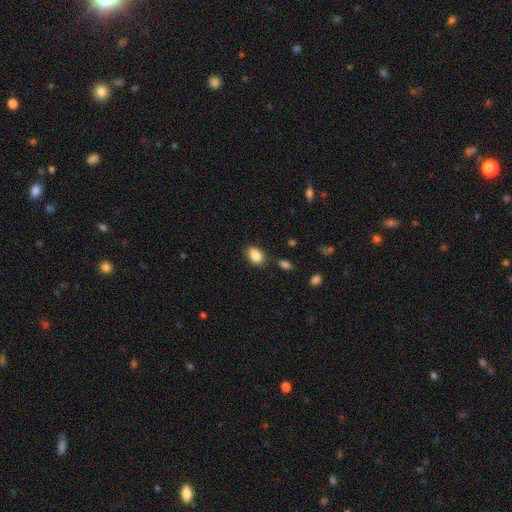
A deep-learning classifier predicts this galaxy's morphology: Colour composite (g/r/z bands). It shows a smooth galaxy with no disk features (84%) that is in between round and cigar-shaped (81%). Merging: none (77%).